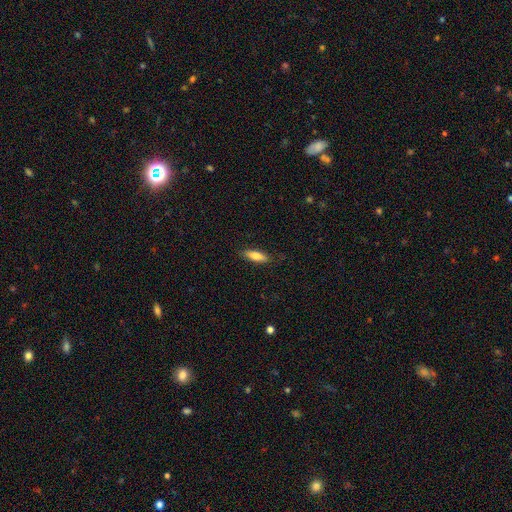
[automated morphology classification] Smooth or featured?
  - smooth: 80% *
  - featured or disk: 14%
  - star or artifact: 6%
How rounded?
  - in between: 49% * (tied)
  - cigar-shaped: 49% * (tied)
  - round: 2%
Merging?
  - none: 84% *
  - minor disturbance: 12%
  - major disturbance: 3%
  - merger: 1%